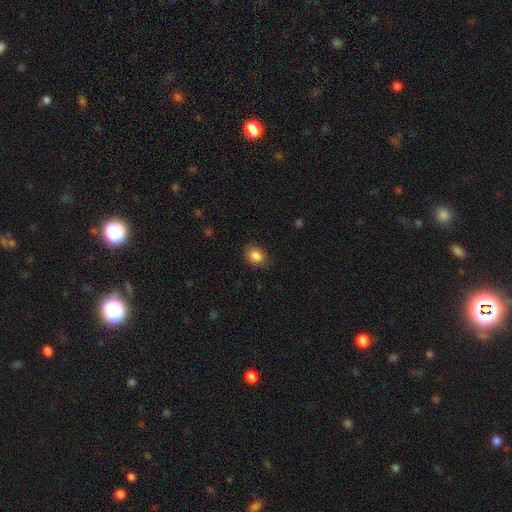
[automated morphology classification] A smooth galaxy with no disk features (86%) that is in between round and cigar-shaped (50%). Merging: none (83%).